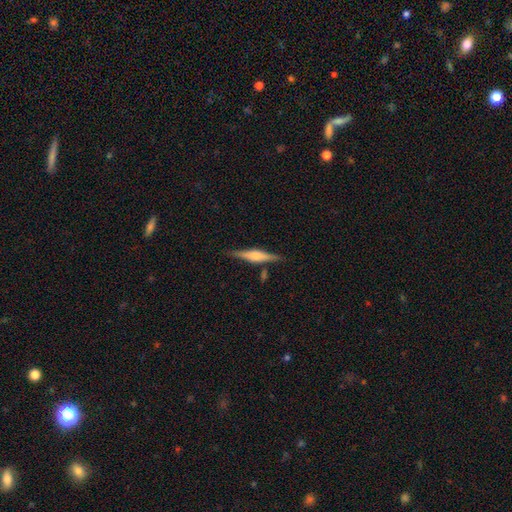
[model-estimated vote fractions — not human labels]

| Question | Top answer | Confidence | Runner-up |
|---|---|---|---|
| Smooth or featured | featured or disk | 65% | smooth (28%) |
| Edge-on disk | yes | 97% | no (3%) |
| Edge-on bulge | rounded | 80% | boxy (15%) |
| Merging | none | 84% | minor disturbance (10%) |